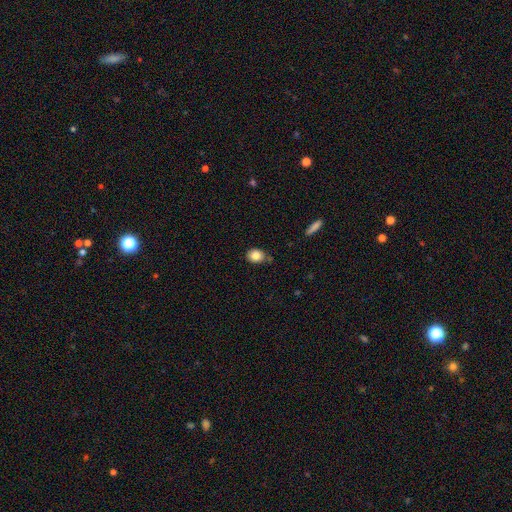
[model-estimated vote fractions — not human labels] The model was most divided on "how rounded": round: 57%, in between: 41%, cigar-shaped: 1%. More confident: smooth or featured — smooth (83%); merging — none (74%).